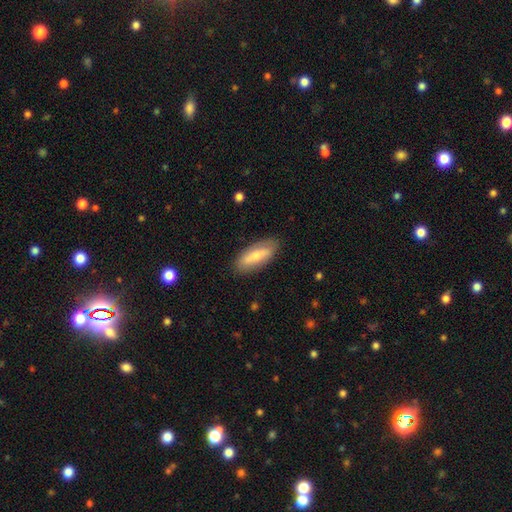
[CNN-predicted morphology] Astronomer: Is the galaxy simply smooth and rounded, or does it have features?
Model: smooth — 63%.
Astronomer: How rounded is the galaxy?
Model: in between — 69%.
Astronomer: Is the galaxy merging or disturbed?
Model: none — 83%.